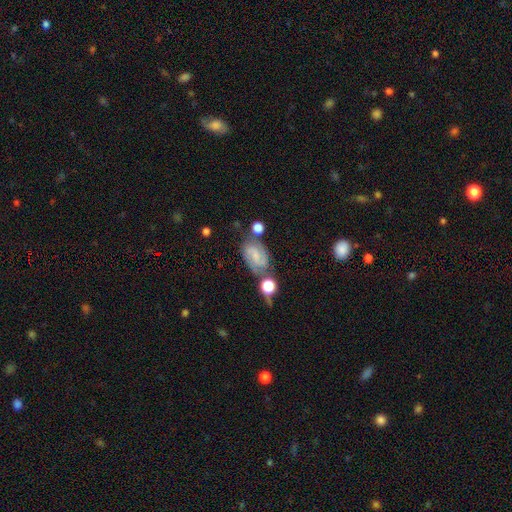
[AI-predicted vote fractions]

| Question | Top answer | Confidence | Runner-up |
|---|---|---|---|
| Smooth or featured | featured or disk | 69% | smooth (22%) |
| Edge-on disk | no | 97% | yes (3%) |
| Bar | weak | 49% | no (33%) |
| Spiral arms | yes | 93% | no (7%) |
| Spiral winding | medium | 48% | tight (33%) |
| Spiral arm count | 2 | 86% | can't tell (7%) |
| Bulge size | small | 51% | none (29%) |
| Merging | none | 62% | minor disturbance (19%) |